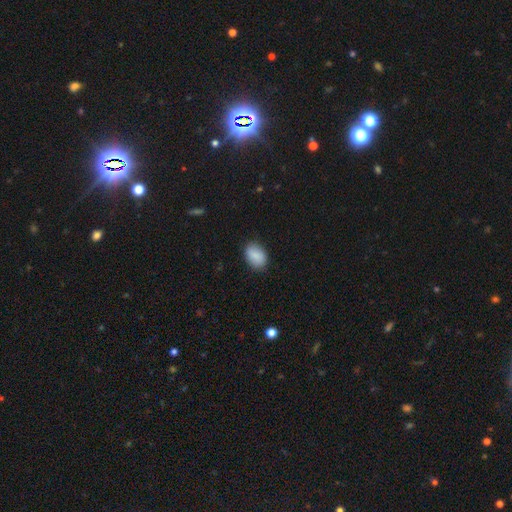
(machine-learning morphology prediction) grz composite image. It shows a smooth galaxy with no disk features (88%) that is in between round and cigar-shaped (84%). Merging: none (84%).